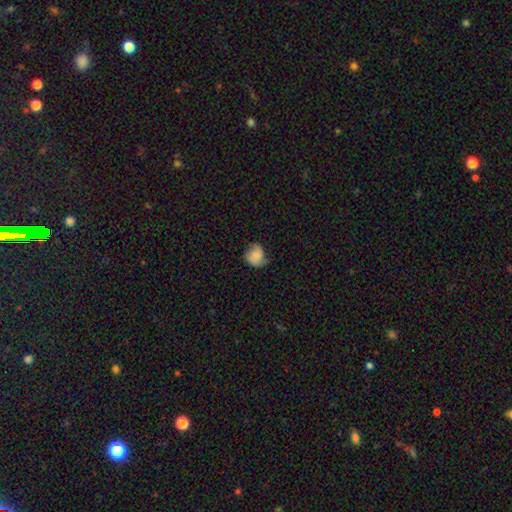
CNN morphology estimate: smooth 62%, featured or disk 30%, star or artifact 8%. Down the decision tree: how rounded — round (67%); merging — none (51%).